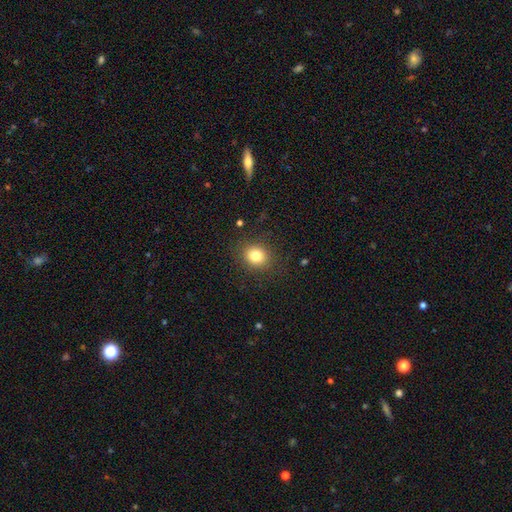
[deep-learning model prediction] smooth 80%, star or artifact 12%, featured or disk 8%. Down the decision tree: how rounded — round (73%); merging — none (86%).